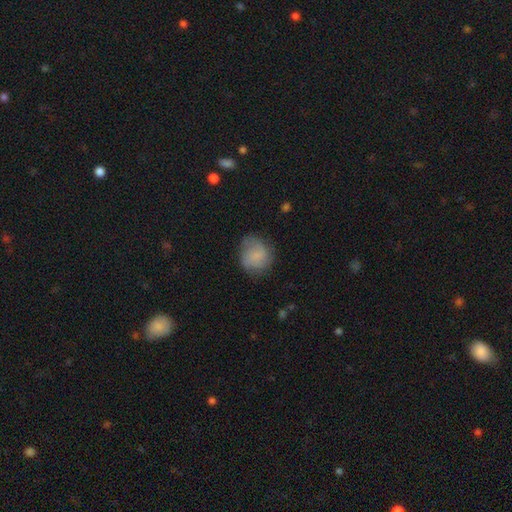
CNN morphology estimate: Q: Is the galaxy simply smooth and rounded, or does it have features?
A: smooth — 64%.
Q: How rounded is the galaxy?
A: round — 77%.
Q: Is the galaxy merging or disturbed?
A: none — 63%.